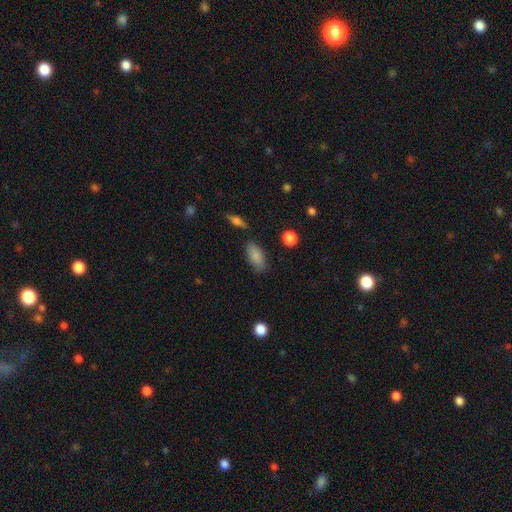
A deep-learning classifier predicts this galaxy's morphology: Overall: smooth (85%). How rounded: in between (88%). Merging: none (77%).